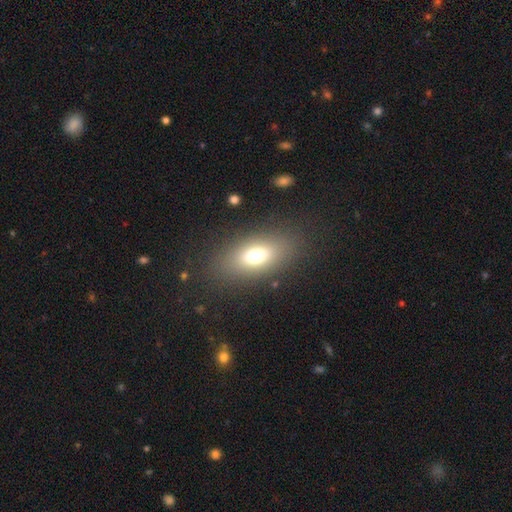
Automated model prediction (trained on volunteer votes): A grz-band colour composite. It shows a smooth galaxy with no disk features (70%) that is in between round and cigar-shaped (83%). Merging: none (84%).